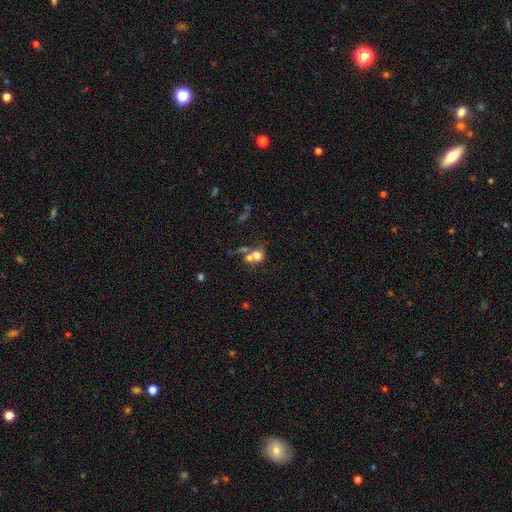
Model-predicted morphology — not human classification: smooth_or_featured: smooth (p=0.66) [alt: featured or disk p=0.19]
how_rounded: round (p=0.59) [alt: in between p=0.40]
merging: merger (p=0.56) [alt: none p=0.26]